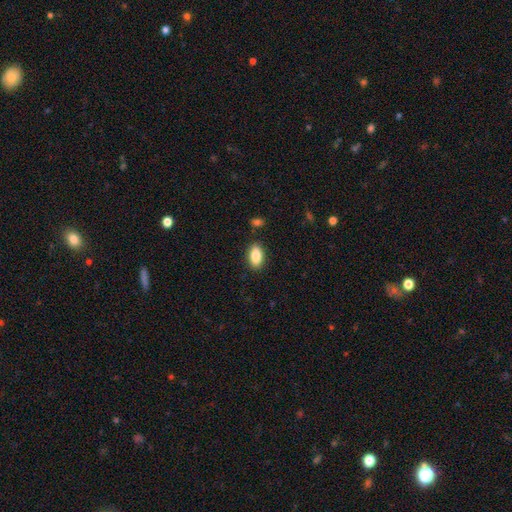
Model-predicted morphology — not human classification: smooth-or-featured: smooth: 87% | star or artifact: 7% | featured or disk: 6%
  how-rounded: in between: 92% | round: 5% | cigar-shaped: 3%
  merging: none: 88% | minor disturbance: 8% | major disturbance: 2% | merger: 2%